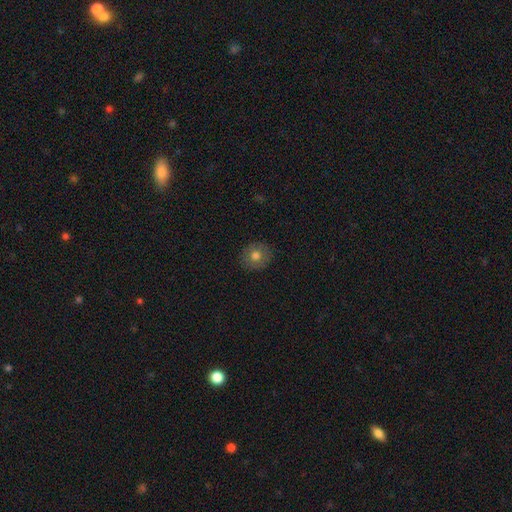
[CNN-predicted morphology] This appears to be a smooth galaxy with no disk features (73%) that is round (81%). Merging: none (88%).